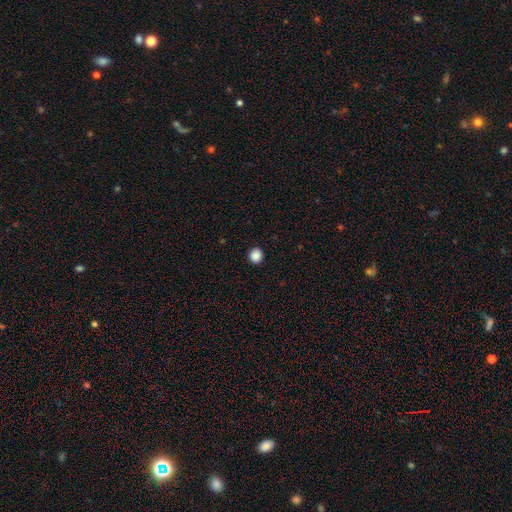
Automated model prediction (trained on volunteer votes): This is clearly a smooth galaxy (88%). How rounded: clearly round (92%). Merging: clearly none (93%).